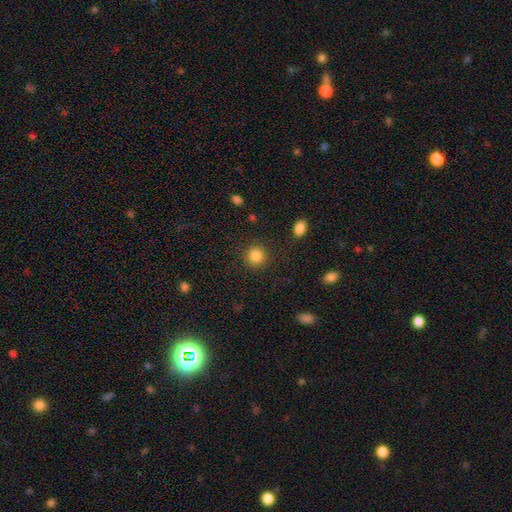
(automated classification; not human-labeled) A smooth galaxy with no disk features (85%) that is round (91%).

Vote fractions:
- Smooth or featured? smooth: 85% / star or artifact: 11% / featured or disk: 4%
- How rounded? round: 91% / in between: 8% / cigar-shaped: 1%
- Merging? none: 89% / minor disturbance: 6% / major disturbance: 3% / merger: 1%